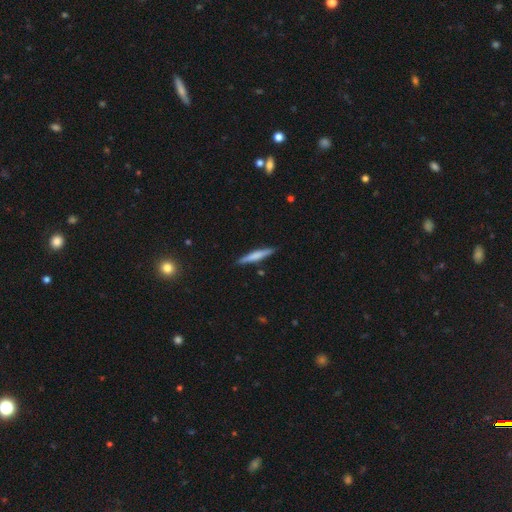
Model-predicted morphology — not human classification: Q: Smooth or featured?
A: smooth (56%); runner-up: featured or disk (38%)
Q: How rounded?
A: cigar-shaped (93%); runner-up: in between (5%)
Q: Merging?
A: none (89%); runner-up: minor disturbance (8%)